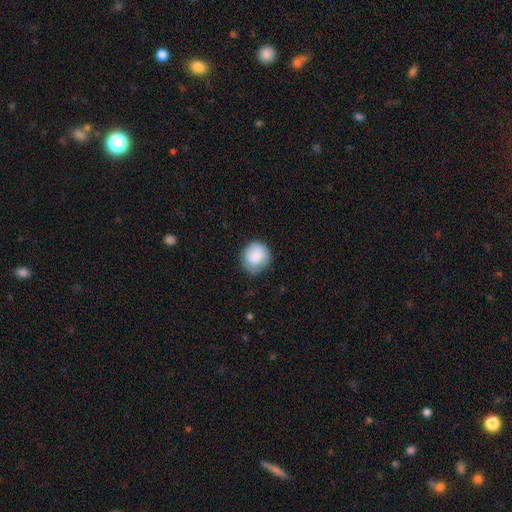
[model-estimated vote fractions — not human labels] Smooth or featured: smooth — 83% (featured or disk — 11%)
How rounded: round — 83% (in between — 17%)
Merging: none — 69% (minor disturbance — 23%)